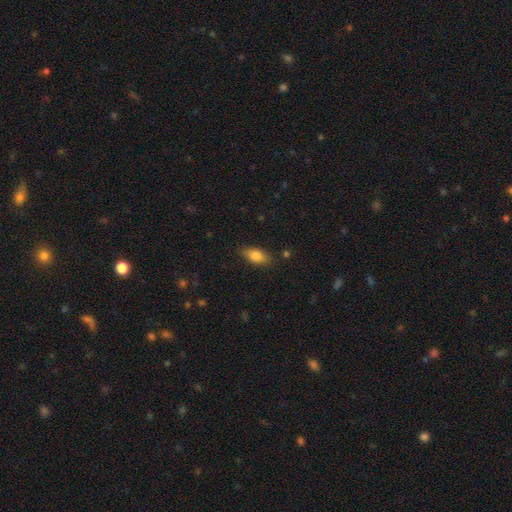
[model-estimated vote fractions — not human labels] smooth_or_featured: smooth (p=0.83) [alt: featured or disk p=0.09]
how_rounded: in between (p=0.87) [alt: cigar-shaped p=0.09]
merging: none (p=0.81) [alt: minor disturbance p=0.15]